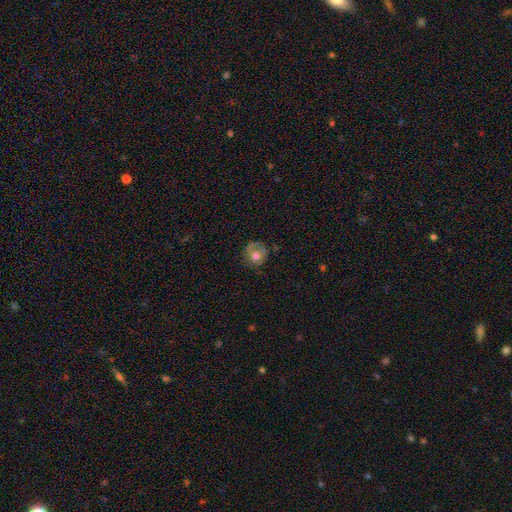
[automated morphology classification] Smooth or featured? smooth (62%)
How rounded? round (84%)
Merging? none (64%)